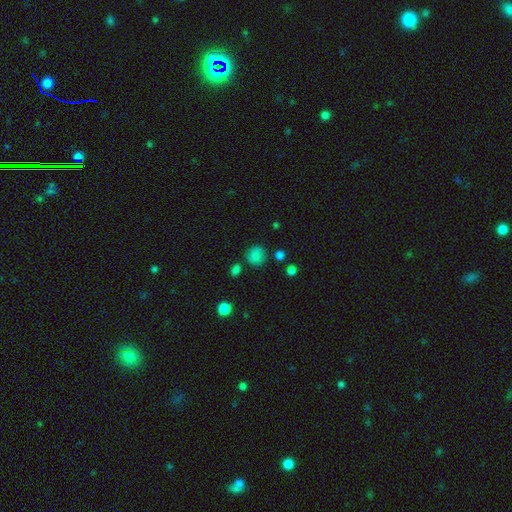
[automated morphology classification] Smooth or featured? smooth (80%)
How rounded? round (83%)
Merging? none (75%)